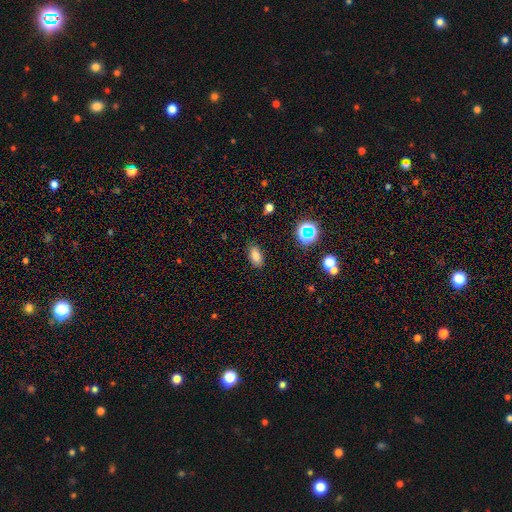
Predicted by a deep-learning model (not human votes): smooth 80%, star or artifact 14%, featured or disk 6%. Down the decision tree: how rounded — in between (89%); merging — none (85%).